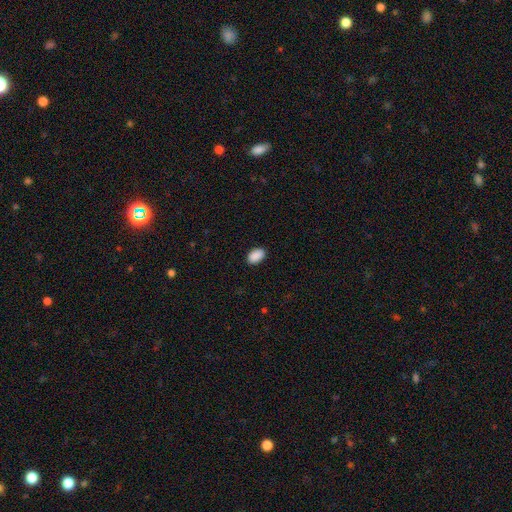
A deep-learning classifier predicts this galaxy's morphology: smooth-or-featured: smooth: 91% | star or artifact: 7% | featured or disk: 2%
  how-rounded: in between: 91% | round: 8% | cigar-shaped: 1%
  merging: none: 89% | minor disturbance: 8% | major disturbance: 2% | merger: 1%